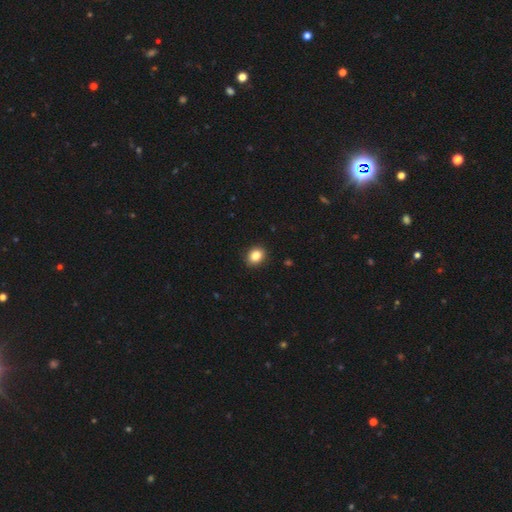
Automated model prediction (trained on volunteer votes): Smooth or featured? Predicted: smooth (p=0.86). How rounded? Predicted: round (p=0.51). Merging? Predicted: none (p=0.90).